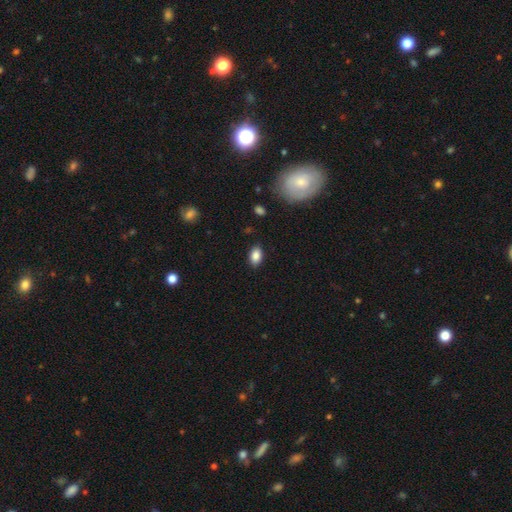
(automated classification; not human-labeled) This appears to be a smooth galaxy with no disk features (86%) that is in between round and cigar-shaped (88%). Merging: none (86%).